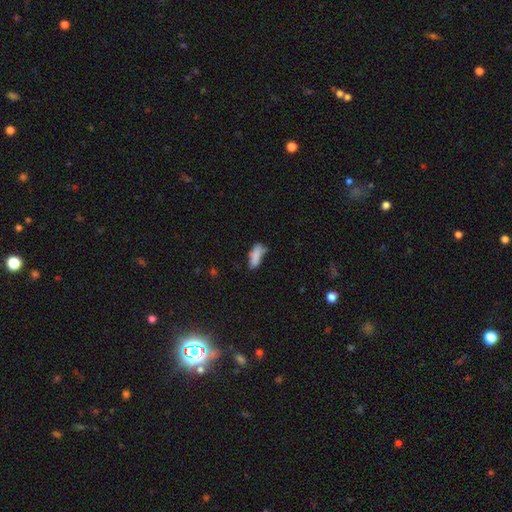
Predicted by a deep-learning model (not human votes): A smooth galaxy with no disk features (77%) that is in between round and cigar-shaped (70%).

Vote fractions:
- Smooth or featured? smooth: 77% / featured or disk: 13% / star or artifact: 10%
- How rounded? in between: 70% / cigar-shaped: 27% / round: 3%
- Merging? none: 41% / minor disturbance: 31% / major disturbance: 17% / merger: 10%